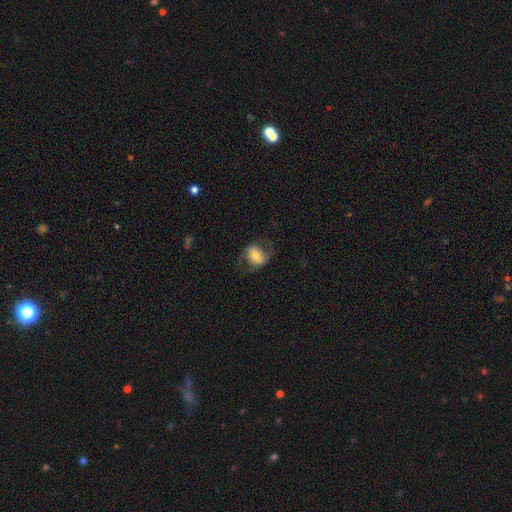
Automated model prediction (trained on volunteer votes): Smooth or featured?
  - smooth: 53% *
  - featured or disk: 39%
  - star or artifact: 8%
How rounded?
  - in between: 51% *
  - round: 48%
  - cigar-shaped: 1%
Merging?
  - none: 66% *
  - minor disturbance: 19%
  - major disturbance: 14%
  - merger: 1%